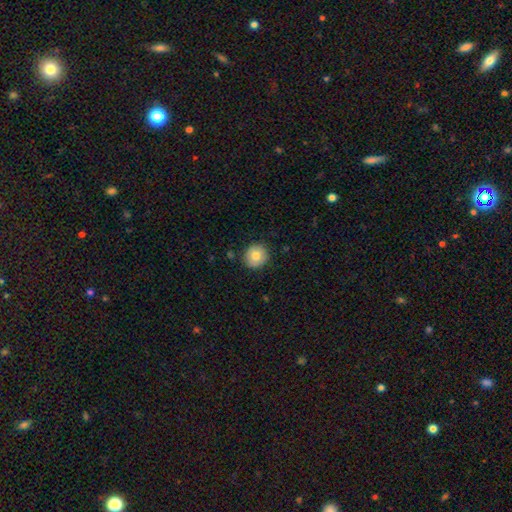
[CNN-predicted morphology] Smooth or featured? smooth (80%)
How rounded? round (91%)
Merging? none (88%)